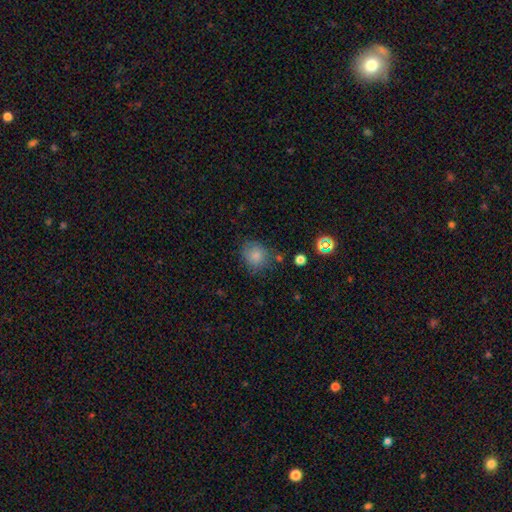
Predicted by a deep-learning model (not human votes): smooth_or_featured: smooth (p=0.81) [alt: star or artifact p=0.11]
how_rounded: round (p=0.77) [alt: in between p=0.22]
merging: none (p=0.69) [alt: minor disturbance p=0.20]